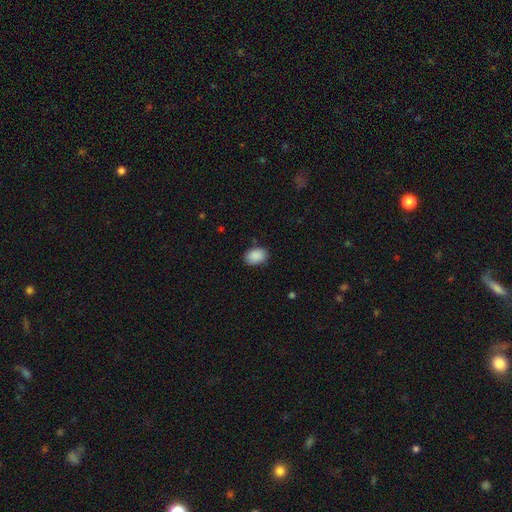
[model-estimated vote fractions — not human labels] A smooth galaxy with no disk features (90%) that is in between round and cigar-shaped (81%). Merging: none (82%).